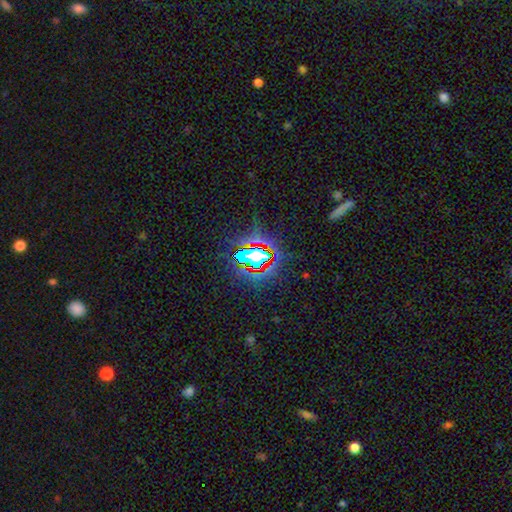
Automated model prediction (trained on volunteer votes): Morphology: type=star or artifact (71%).